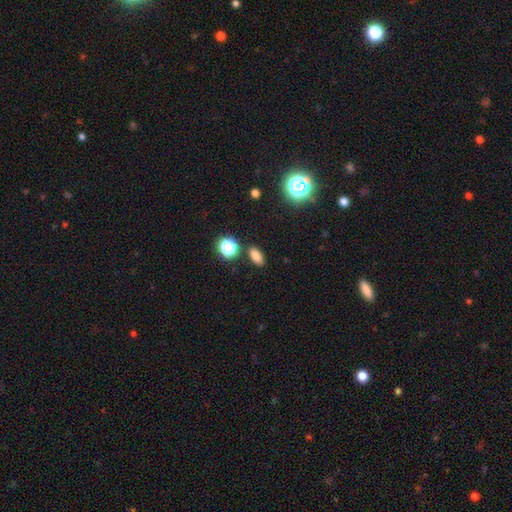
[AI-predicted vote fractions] Q: Smooth or featured?
A: smooth (78%); runner-up: star or artifact (16%)
Q: How rounded?
A: in between (80%); runner-up: round (12%)
Q: Merging?
A: none (85%); runner-up: minor disturbance (9%)